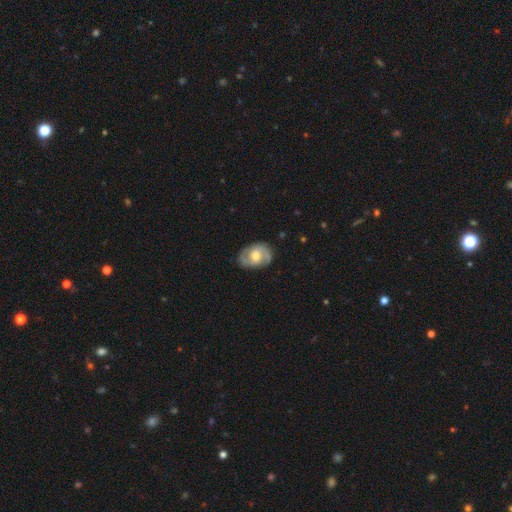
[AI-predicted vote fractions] A featured or disk galaxy (76%) with no bar (55%), 2 (86%) medium (48%) spiral arms (89%) and a moderate central bulge (68%). Merging: none (81%).